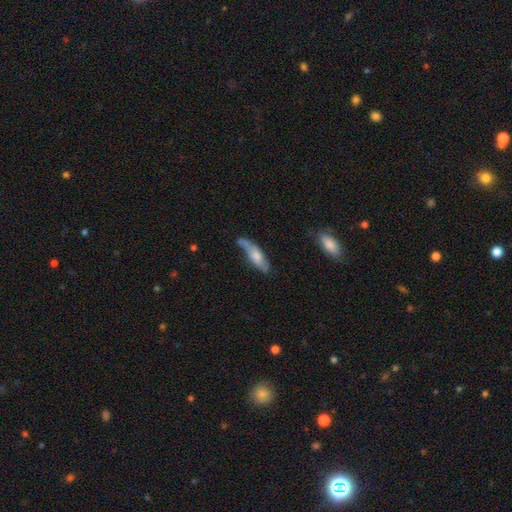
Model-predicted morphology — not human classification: This appears to be a smooth galaxy with no disk features (52%) that is cigar-shaped (52%). Merging: none (55%).